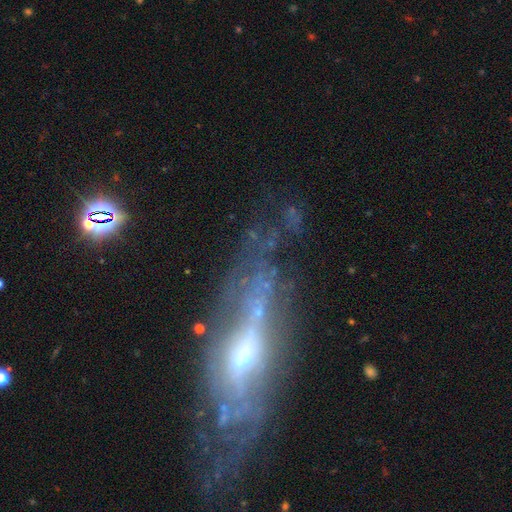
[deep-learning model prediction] This is likely a featured or disk galaxy (64%). It is likely not viewed edge-on (66%). Merging: possibly none (46%).